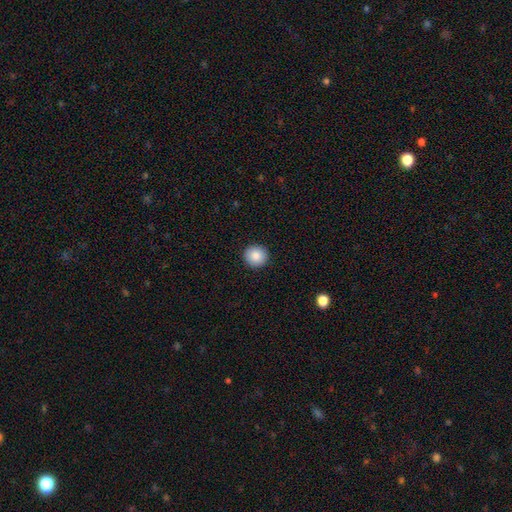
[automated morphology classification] smooth_or_featured: smooth (p=0.87) [alt: star or artifact p=0.08]
how_rounded: round (p=0.93) [alt: in between p=0.06]
merging: none (p=0.93) [alt: minor disturbance p=0.05]